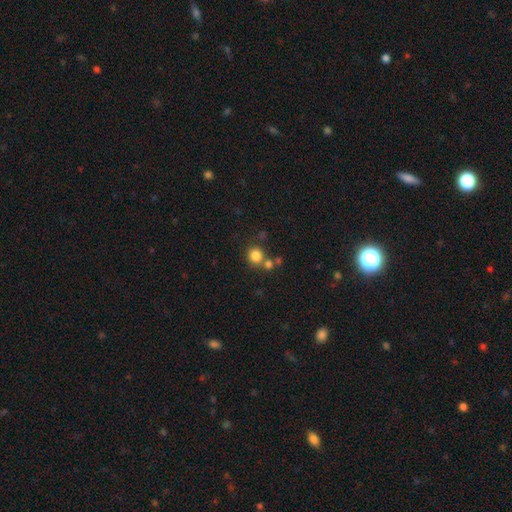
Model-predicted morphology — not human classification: smooth 82%, star or artifact 12%, featured or disk 6%. Down the decision tree: how rounded — round (88%); merging — none (66%).